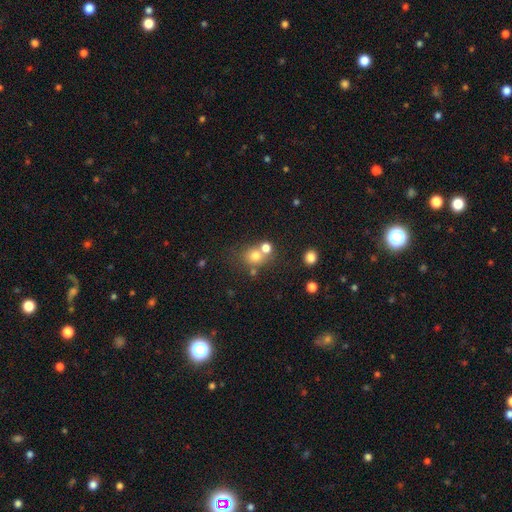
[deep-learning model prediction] Smooth or featured? smooth (73%)
How rounded? round (77%)
Merging? none (51%)